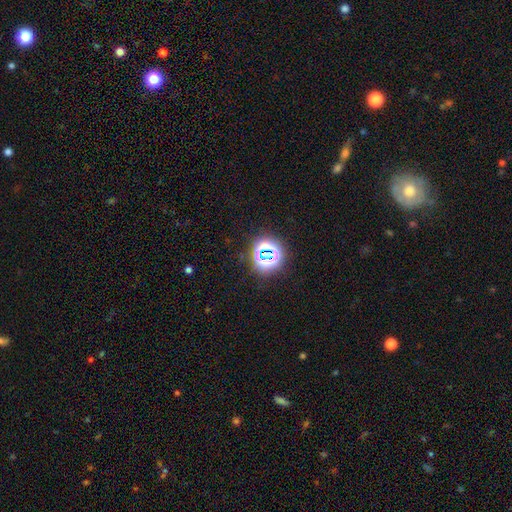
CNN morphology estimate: smooth_or_featured: star or artifact (p=0.74) [alt: smooth p=0.18]